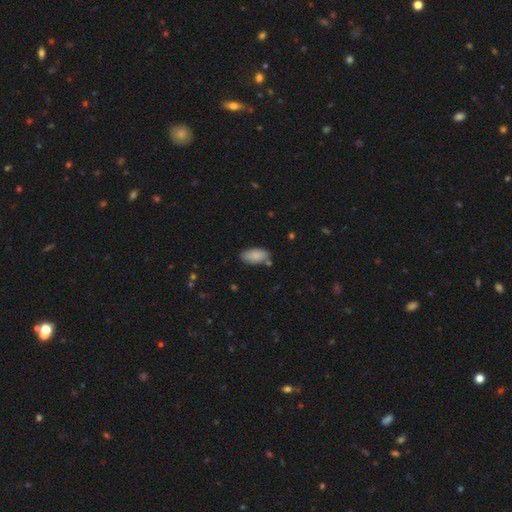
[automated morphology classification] This appears to be a smooth galaxy with no disk features (86%) that is in between round and cigar-shaped (93%). Merging: none (75%).